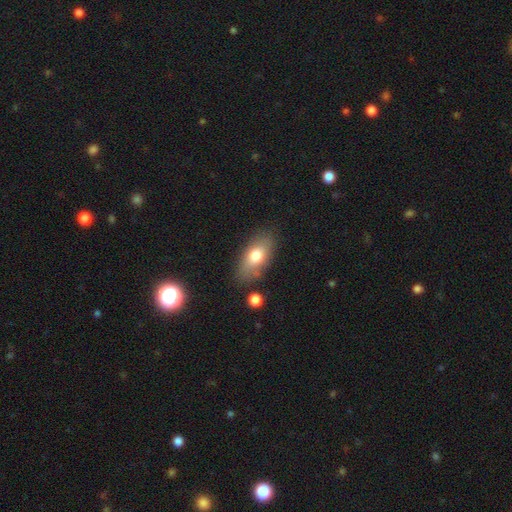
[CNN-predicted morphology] Smooth or featured: smooth — 73% (featured or disk — 19%)
How rounded: in between — 86% (cigar-shaped — 8%)
Merging: none — 78% (minor disturbance — 14%)